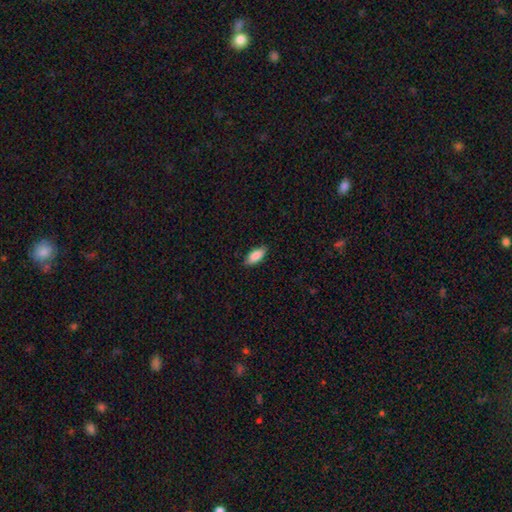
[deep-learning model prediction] Smooth or featured? Predicted: smooth (p=0.88). How rounded? Predicted: in between (p=0.87). Merging? Predicted: none (p=0.86).